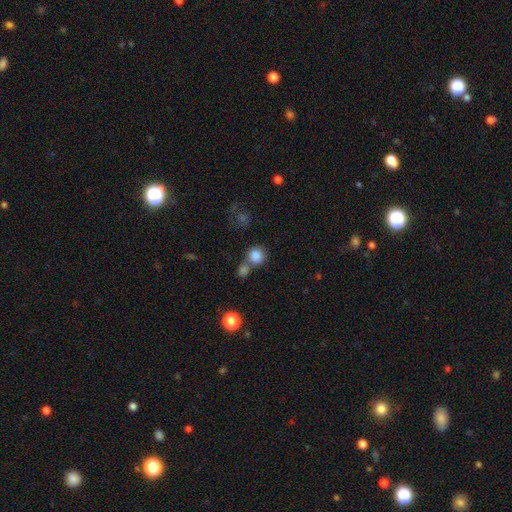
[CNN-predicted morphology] Smooth or featured? smooth (84%)
How rounded? round (83%)
Merging? none (52%)